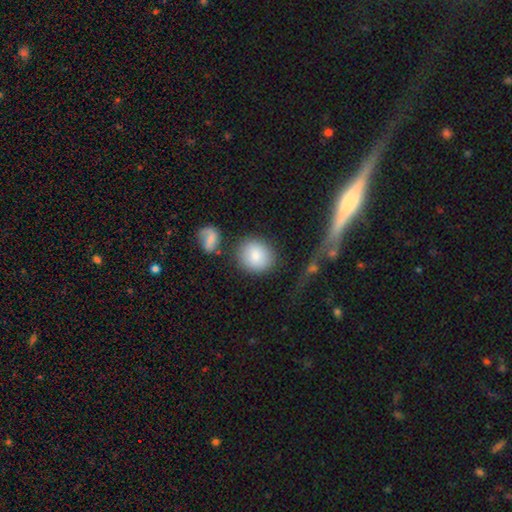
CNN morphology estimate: Smooth or featured?
  - smooth: 84% *
  - featured or disk: 9%
  - star or artifact: 7%
How rounded?
  - round: 84% *
  - in between: 15%
  - cigar-shaped: 1%
Merging?
  - none: 76% *
  - minor disturbance: 11%
  - merger: 8%
  - major disturbance: 5%